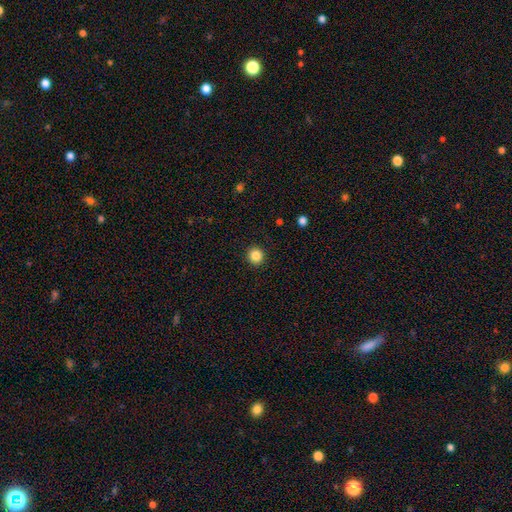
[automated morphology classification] smooth 86%, star or artifact 11%, featured or disk 4%. Down the decision tree: how rounded — round (93%); merging — none (92%).